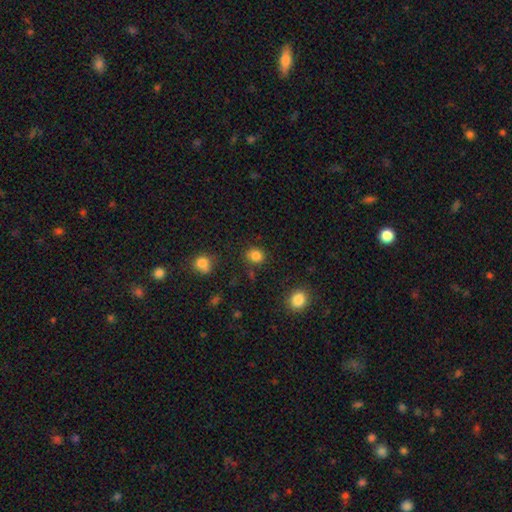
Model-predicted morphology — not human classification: Smooth or featured?
  - smooth: 84% *
  - star or artifact: 11%
  - featured or disk: 5%
How rounded?
  - round: 76% *
  - in between: 23%
  - cigar-shaped: 1%
Merging?
  - none: 84% *
  - minor disturbance: 10%
  - merger: 4%
  - major disturbance: 3%